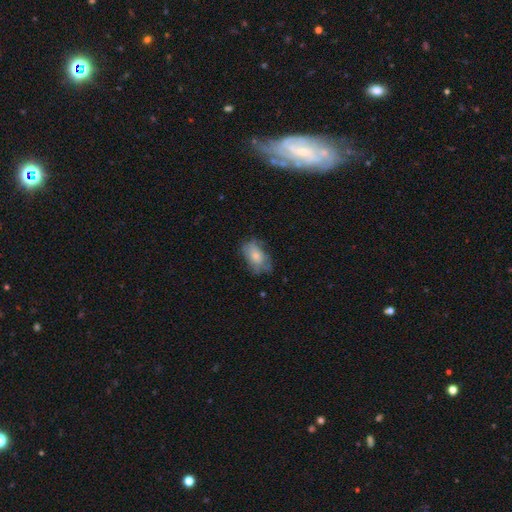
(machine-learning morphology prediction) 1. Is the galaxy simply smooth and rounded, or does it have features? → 70% smooth, 23% featured or disk, 7% star or artifact.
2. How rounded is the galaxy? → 90% in between, 8% round, 2% cigar-shaped.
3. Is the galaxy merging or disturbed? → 54% none, 31% minor disturbance, 13% major disturbance, 2% merger.